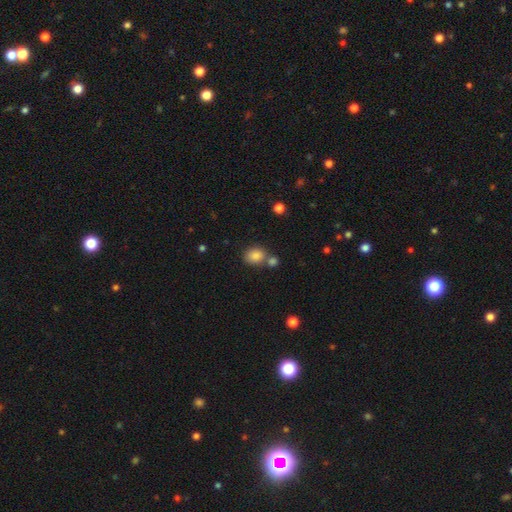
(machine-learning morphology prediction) Smooth or featured? smooth (85%)
How rounded? round (50%)
Merging? none (58%)